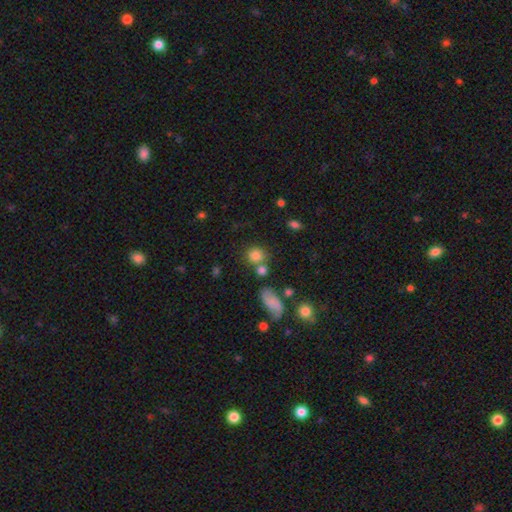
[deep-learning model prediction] A smooth galaxy with no disk features (79%) that is round (80%).

Vote fractions:
- Smooth or featured? smooth: 79% / star or artifact: 12% / featured or disk: 9%
- How rounded? round: 80% / in between: 18% / cigar-shaped: 1%
- Merging? none: 61% / merger: 22% / minor disturbance: 12% / major disturbance: 5%